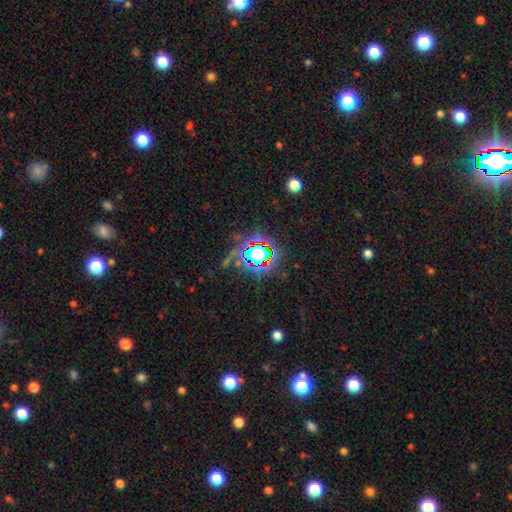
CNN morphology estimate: type=star or artifact (79%).